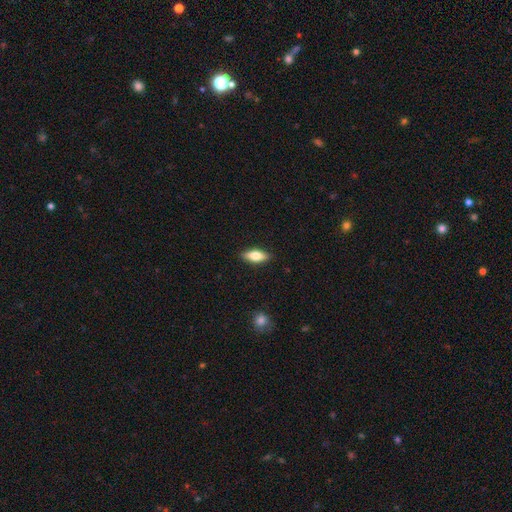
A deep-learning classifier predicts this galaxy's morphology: This appears to be a smooth galaxy with no disk features (69%) that is in between round and cigar-shaped (75%). Merging: none (89%).